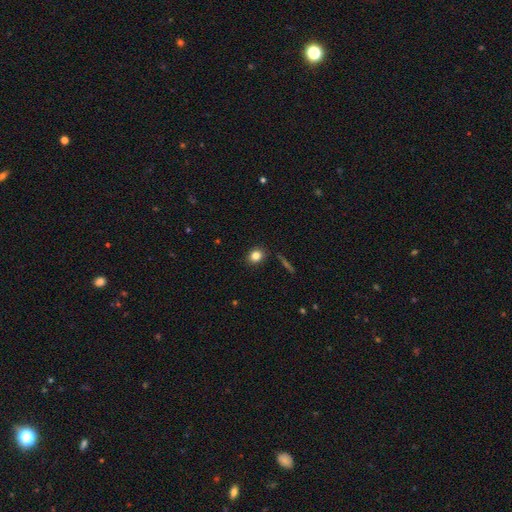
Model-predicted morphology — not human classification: smooth_or_featured: smooth (p=0.82) [alt: star or artifact p=0.11]
how_rounded: round (p=0.65) [alt: in between p=0.33]
merging: none (p=0.88) [alt: minor disturbance p=0.08]